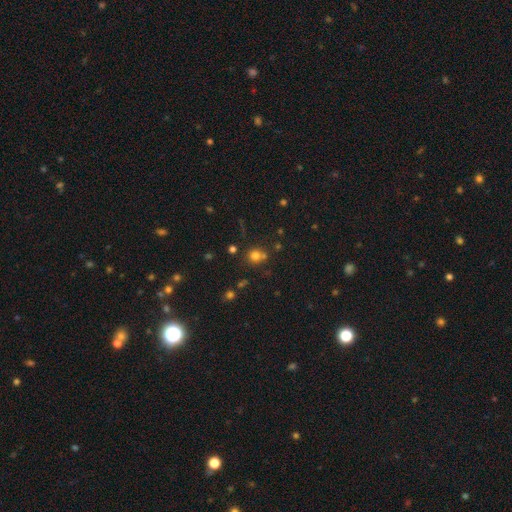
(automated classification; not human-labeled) Q: Smooth or featured?
A: smooth (73%); runner-up: star or artifact (19%)
Q: How rounded?
A: round (87%); runner-up: in between (12%)
Q: Merging?
A: none (66%); runner-up: merger (21%)